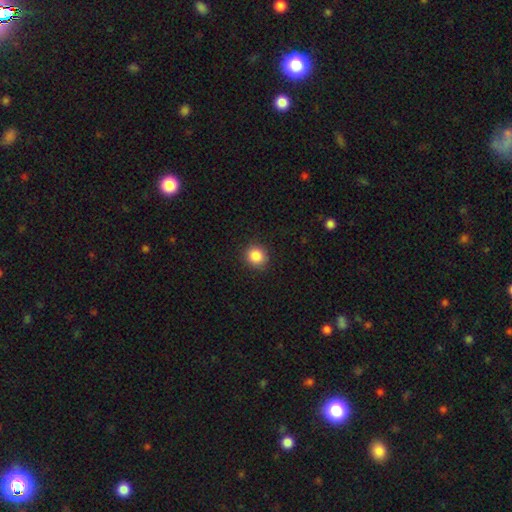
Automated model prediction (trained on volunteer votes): smooth 86%, star or artifact 10%, featured or disk 4%. Down the decision tree: how rounded — round (86%); merging — none (89%).